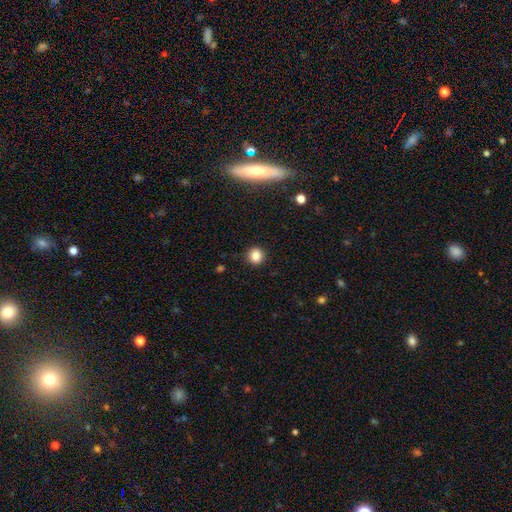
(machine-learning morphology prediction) This appears to be a smooth galaxy with no disk features (83%) that is round (88%). Merging: none (90%).